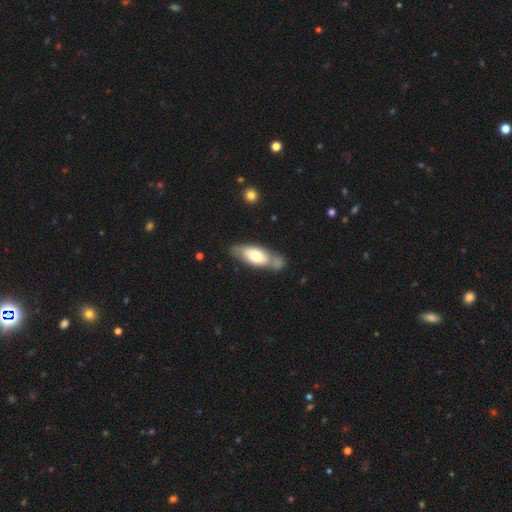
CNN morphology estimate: Q: Smooth or featured?
A: smooth (62%); runner-up: featured or disk (32%)
Q: How rounded?
A: in between (76%); runner-up: cigar-shaped (21%)
Q: Merging?
A: none (48%); runner-up: merger (27%)